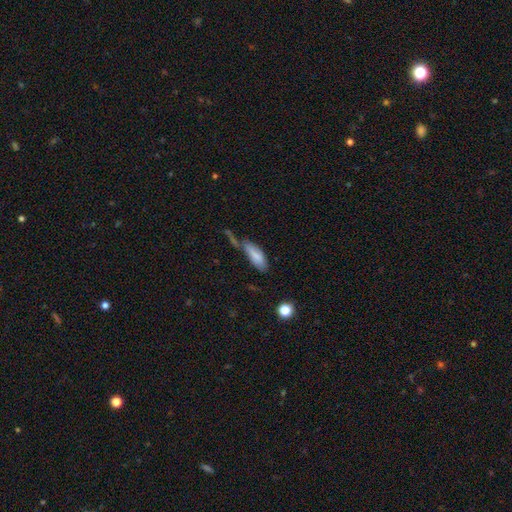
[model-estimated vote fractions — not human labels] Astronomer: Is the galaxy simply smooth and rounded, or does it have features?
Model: smooth — 77%.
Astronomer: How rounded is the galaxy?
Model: in between — 69%.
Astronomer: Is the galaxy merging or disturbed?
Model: none — 34% (runner-up: minor disturbance, 26%).